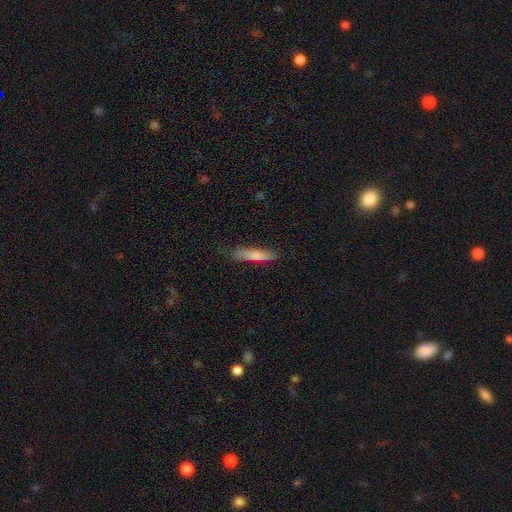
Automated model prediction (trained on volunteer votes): A smooth galaxy with no disk features (78%) that is cigar-shaped (84%). Merging: none (77%).